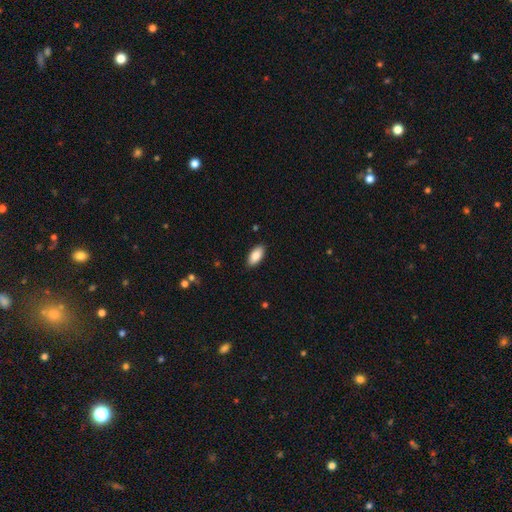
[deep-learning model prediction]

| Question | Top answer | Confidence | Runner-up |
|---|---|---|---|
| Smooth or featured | smooth | 87% | featured or disk (7%) |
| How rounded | in between | 92% | cigar-shaped (6%) |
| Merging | none | 89% | minor disturbance (8%) |